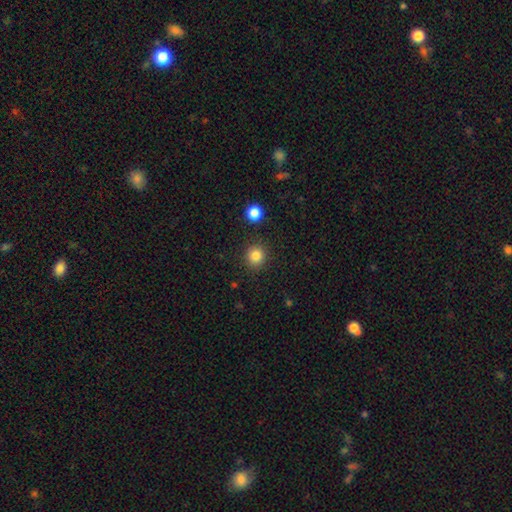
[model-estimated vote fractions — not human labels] smooth-or-featured: smooth: 83% | star or artifact: 12% | featured or disk: 5%
  how-rounded: round: 91% | in between: 8% | cigar-shaped: 1%
  merging: none: 90% | minor disturbance: 6% | merger: 2% | major disturbance: 2%